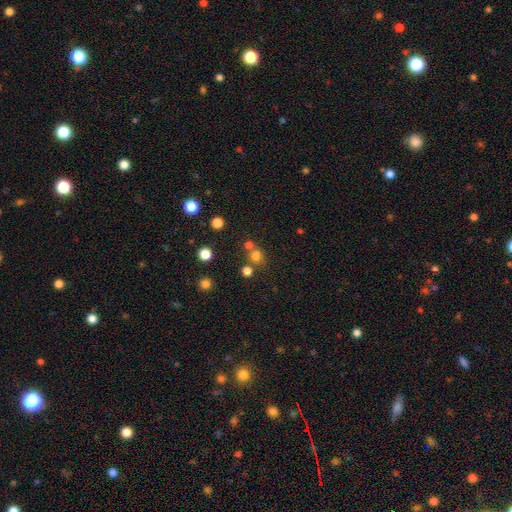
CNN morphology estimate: Smooth or featured? Predicted: smooth (p=0.70). How rounded? Predicted: round (p=0.78). Merging? Predicted: none (p=0.59).